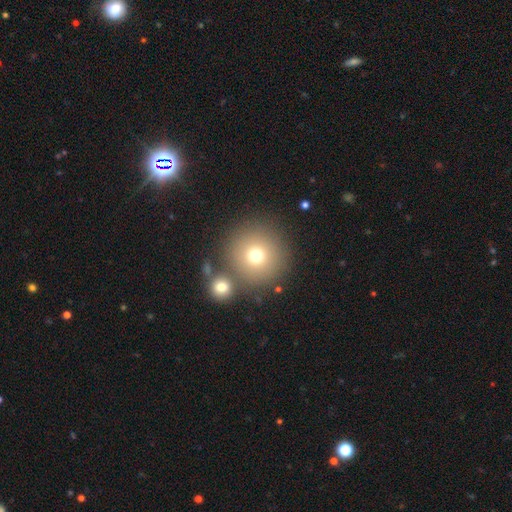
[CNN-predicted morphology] smooth 73%, star or artifact 15%, featured or disk 12%. Down the decision tree: how rounded — round (95%); merging — none (72%).